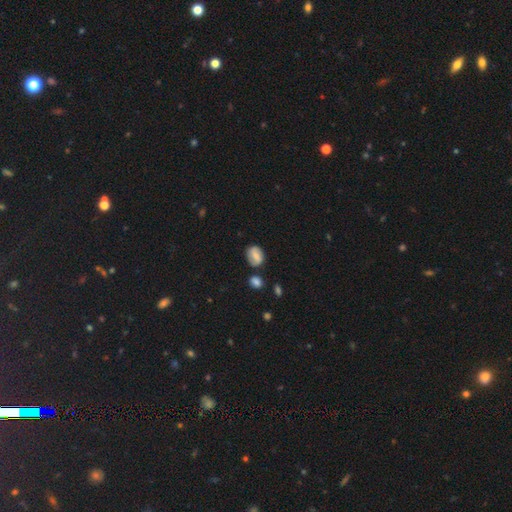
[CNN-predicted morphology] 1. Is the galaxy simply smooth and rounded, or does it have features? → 55% smooth, 37% featured or disk, 9% star or artifact.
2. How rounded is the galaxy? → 60% in between, 38% round, 2% cigar-shaped.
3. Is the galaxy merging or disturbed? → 73% none, 16% minor disturbance, 6% merger, 4% major disturbance.